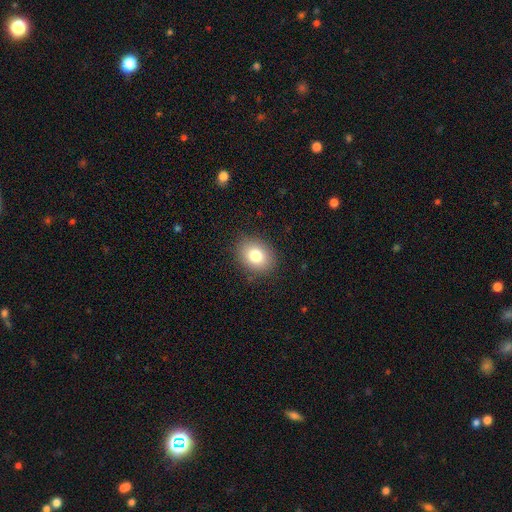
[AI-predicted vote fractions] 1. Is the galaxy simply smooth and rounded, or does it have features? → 81% smooth, 10% star or artifact, 10% featured or disk.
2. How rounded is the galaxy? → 54% in between, 45% round, 1% cigar-shaped.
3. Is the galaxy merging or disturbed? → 87% none, 9% minor disturbance, 3% major disturbance, 1% merger.